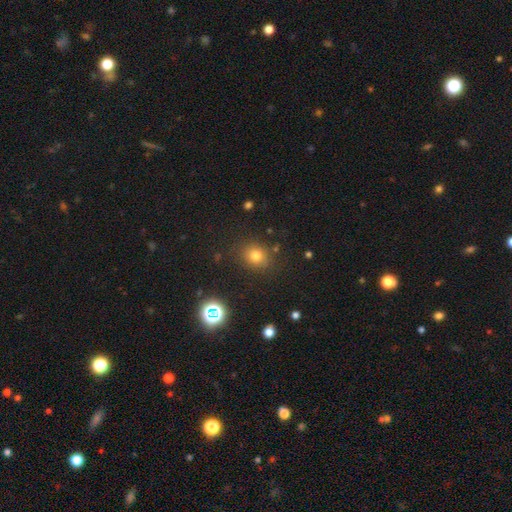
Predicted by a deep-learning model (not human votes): A smooth galaxy with no disk features (72%) that is round (69%).

Vote fractions:
- Smooth or featured? smooth: 72% / star or artifact: 20% / featured or disk: 8%
- How rounded? round: 69% / in between: 30% / cigar-shaped: 1%
- Merging? none: 84% / minor disturbance: 10% / major disturbance: 3% / merger: 3%